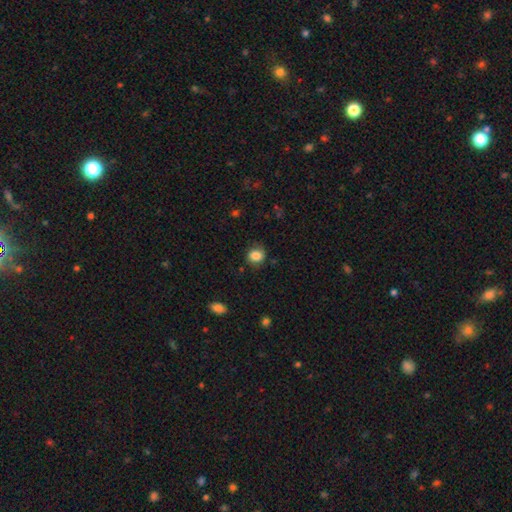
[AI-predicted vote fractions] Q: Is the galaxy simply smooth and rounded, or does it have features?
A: smooth — 81%.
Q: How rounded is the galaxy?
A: round — 69%.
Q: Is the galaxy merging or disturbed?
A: none — 75%.